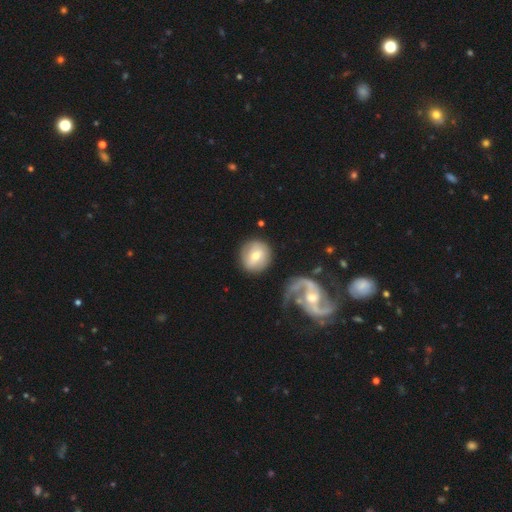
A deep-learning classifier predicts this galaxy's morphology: Smooth or featured? Predicted: smooth (p=0.52). How rounded? Predicted: round (p=0.87). Merging? Predicted: none (p=0.76).